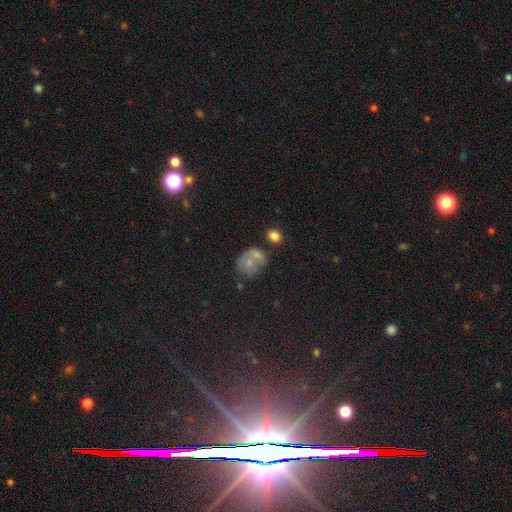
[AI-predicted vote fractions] Smooth or featured?
  - smooth: 50% *
  - star or artifact: 25%
  - featured or disk: 24%
How rounded?
  - round: 65% *
  - in between: 34%
  - cigar-shaped: 1%
Merging?
  - none: 47% *
  - merger: 26%
  - minor disturbance: 17%
  - major disturbance: 9%